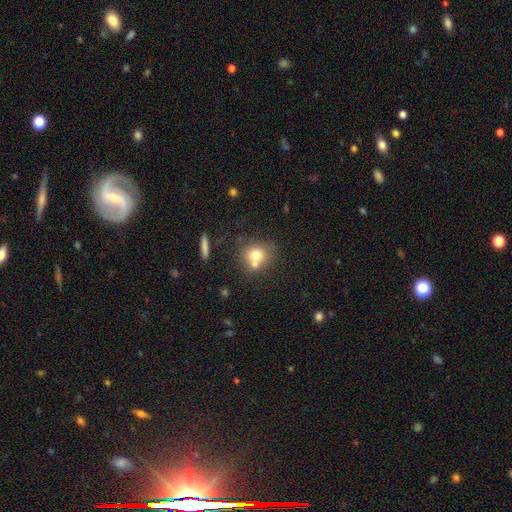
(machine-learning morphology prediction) Smooth or featured: smooth — 72% (featured or disk — 16%)
How rounded: round — 78% (in between — 21%)
Merging: none — 47% (merger — 38%)